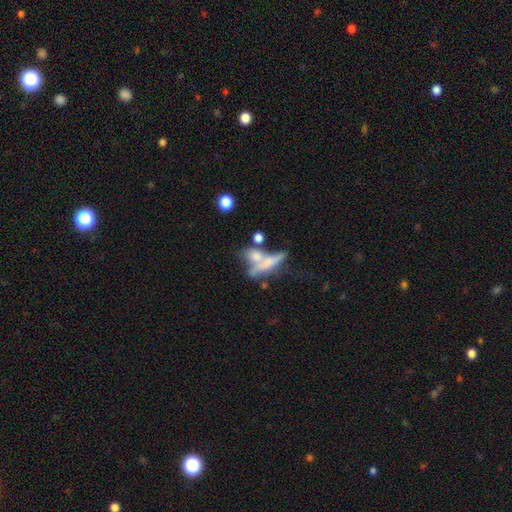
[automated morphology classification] The model was most divided on "how rounded": cigar-shaped: 46%, in between: 39%, round: 15%. Remaining: smooth or featured — smooth (56%); merging — merger (45%).